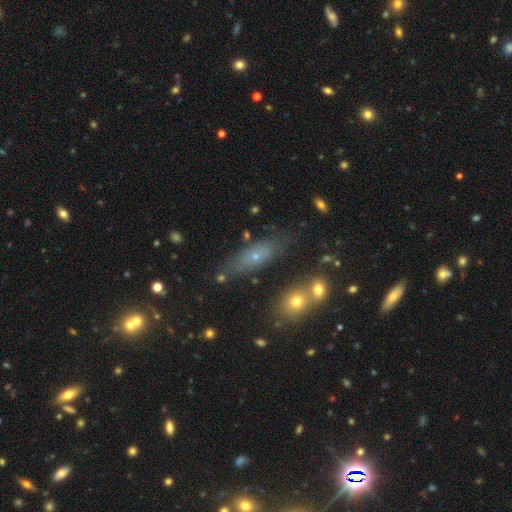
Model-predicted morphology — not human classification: Q: Smooth or featured?
A: smooth (57%); runner-up: featured or disk (29%)
Q: How rounded?
A: in between (55%); runner-up: cigar-shaped (39%)
Q: Merging?
A: none (71%); runner-up: minor disturbance (17%)